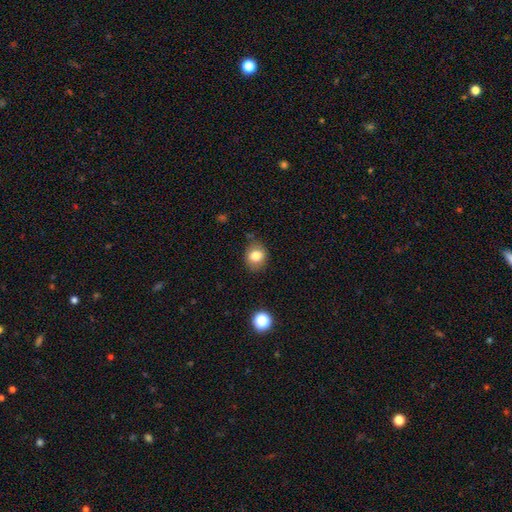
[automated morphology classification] The model was most divided on "how rounded": round: 69%, in between: 30%, cigar-shaped: 1%. More confident: merging — none (80%); smooth or featured — smooth (79%).